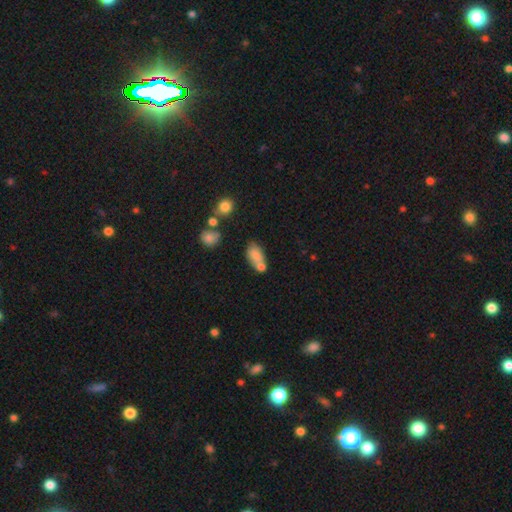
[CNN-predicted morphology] A smooth galaxy with no disk features (75%) that is in between round and cigar-shaped (88%).

Vote fractions:
- Smooth or featured? smooth: 75% / featured or disk: 15% / star or artifact: 10%
- How rounded? in between: 88% / round: 6% / cigar-shaped: 5%
- Merging? none: 39% / merger: 37% / minor disturbance: 17% / major disturbance: 7%